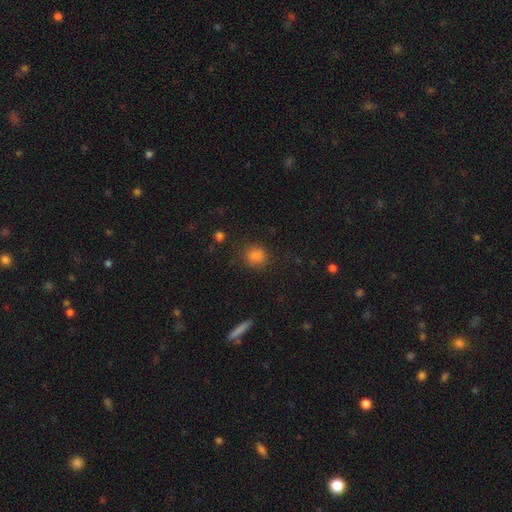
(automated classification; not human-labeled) The model was most divided on "smooth or featured": smooth: 82%, star or artifact: 13%, featured or disk: 5%. More confident: how rounded — round (87%); merging — none (86%).